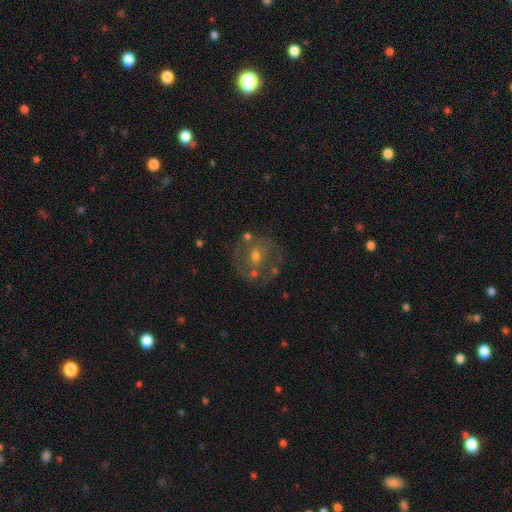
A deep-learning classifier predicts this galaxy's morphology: The model was most divided on "spiral arms": no: 51%, yes: 49%. More confident: edge-on disk — no (97%); merging — none (67%); bar — no (65%); smooth or featured — featured or disk (63%); bulge size — moderate (55%).